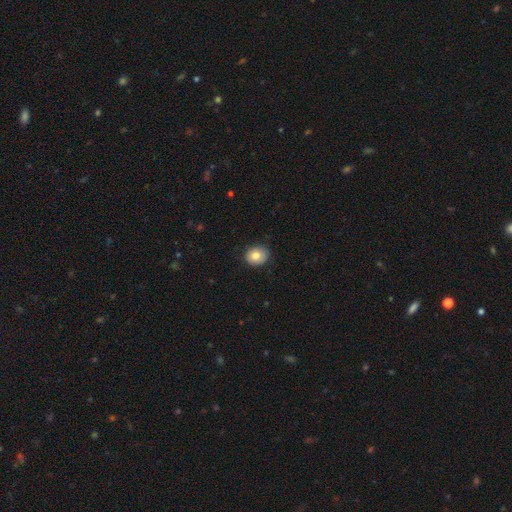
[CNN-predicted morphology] smooth-or-featured: smooth: 80% | featured or disk: 12% | star or artifact: 9%
  how-rounded: round: 70% | in between: 29% | cigar-shaped: 1%
  merging: none: 87% | minor disturbance: 10% | major disturbance: 2% | merger: 1%